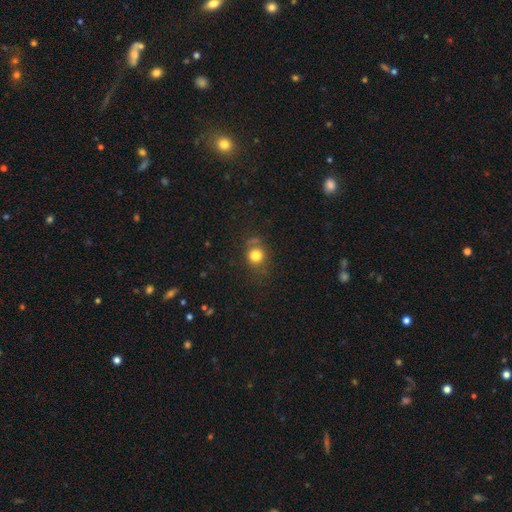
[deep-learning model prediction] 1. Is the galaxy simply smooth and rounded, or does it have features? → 79% smooth, 13% star or artifact, 8% featured or disk.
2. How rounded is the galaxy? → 83% round, 16% in between, 1% cigar-shaped.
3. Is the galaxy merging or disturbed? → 68% none, 17% minor disturbance, 8% major disturbance, 7% merger.